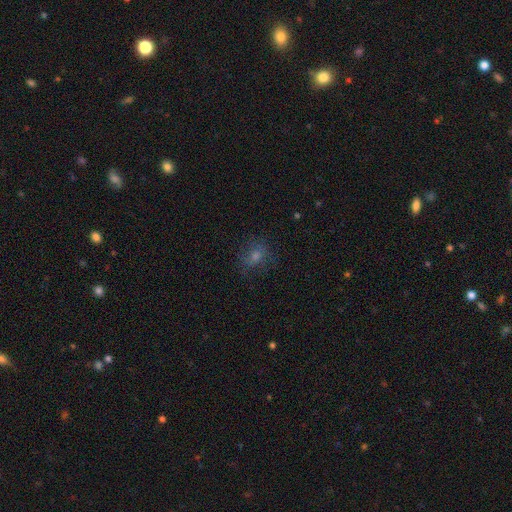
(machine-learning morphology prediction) A smooth galaxy with no disk features (52%) that is round (61%). Merging: none (73%).